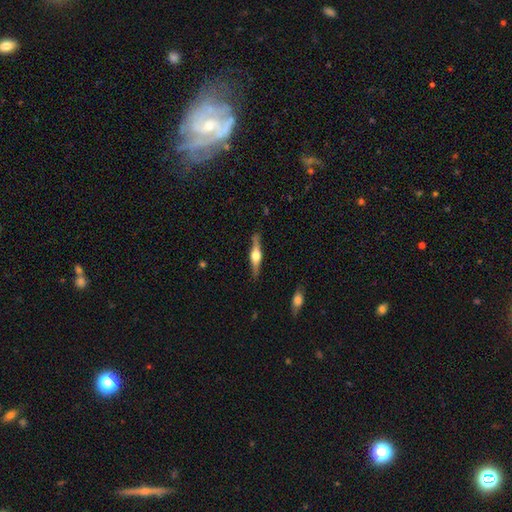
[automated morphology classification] A featured or disk galaxy (72%) viewed edge-on (97%) with a rounded central bulge (93%).

Vote fractions:
- Smooth or featured? featured or disk: 72% / smooth: 23% / star or artifact: 5%
- Edge-on disk? yes: 97% / no: 3%
- Edge-on bulge? rounded: 93% / boxy: 5% / none: 2%
- Merging? none: 87% / minor disturbance: 9% / major disturbance: 2% / merger: 1%